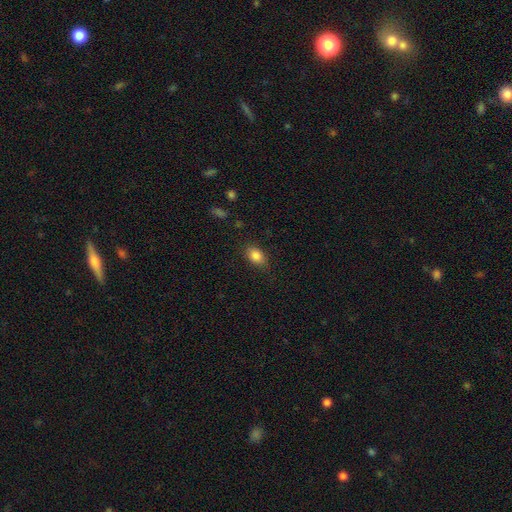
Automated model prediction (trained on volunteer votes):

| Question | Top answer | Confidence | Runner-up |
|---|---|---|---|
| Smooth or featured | smooth | 85% | star or artifact (9%) |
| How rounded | in between | 80% | round (18%) |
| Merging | none | 81% | minor disturbance (14%) |